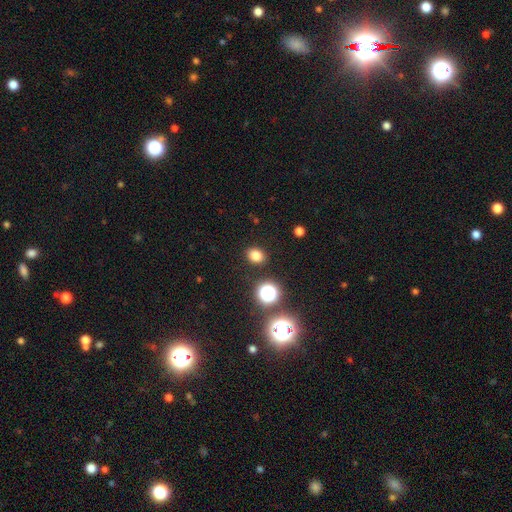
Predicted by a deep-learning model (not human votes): smooth-or-featured: smooth: 79% | star or artifact: 16% | featured or disk: 5%
  how-rounded: round: 51% | in between: 48% | cigar-shaped: 1%
  merging: none: 89% | minor disturbance: 7% | major disturbance: 2% | merger: 2%